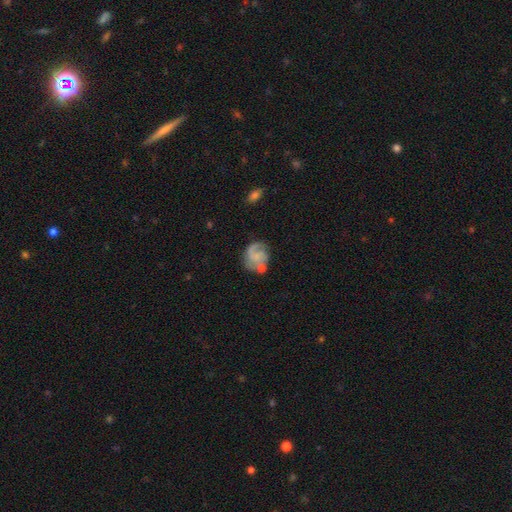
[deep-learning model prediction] Q: Smooth or featured?
A: featured or disk (58%); runner-up: smooth (34%)
Q: Edge-on disk?
A: no (98%); runner-up: yes (2%)
Q: Bar?
A: no (66%); runner-up: weak (29%)
Q: Spiral arms?
A: yes (84%); runner-up: no (16%)
Q: Bulge size?
A: none (50%); runner-up: small (32%)
Q: Merging?
A: none (51%); runner-up: minor disturbance (23%)